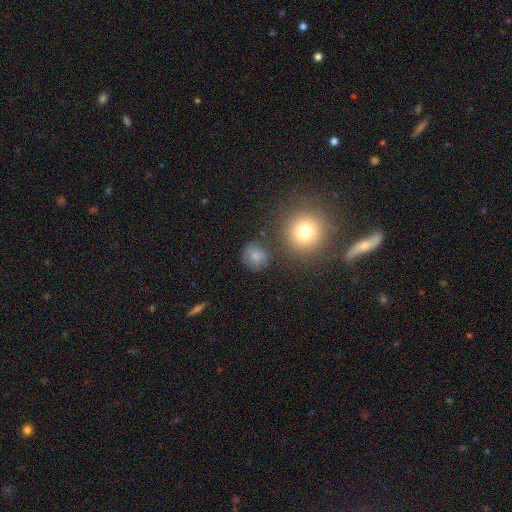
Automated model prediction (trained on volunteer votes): Q: Smooth or featured?
A: smooth (77%); runner-up: star or artifact (14%)
Q: How rounded?
A: round (85%); runner-up: in between (14%)
Q: Merging?
A: none (74%); runner-up: minor disturbance (15%)